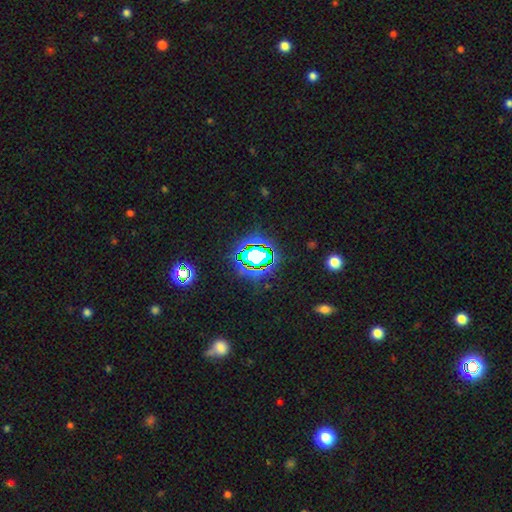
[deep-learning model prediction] Smooth or featured?
  - star or artifact: 68% *
  - smooth: 19%
  - featured or disk: 12%